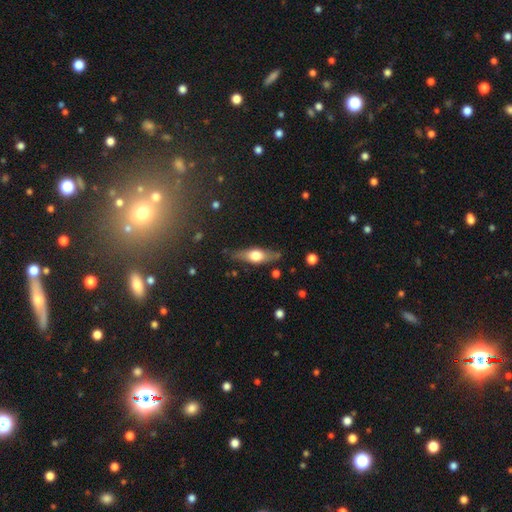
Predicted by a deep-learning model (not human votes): This is possibly a featured or disk galaxy (48%). Merging: likely none (80%).